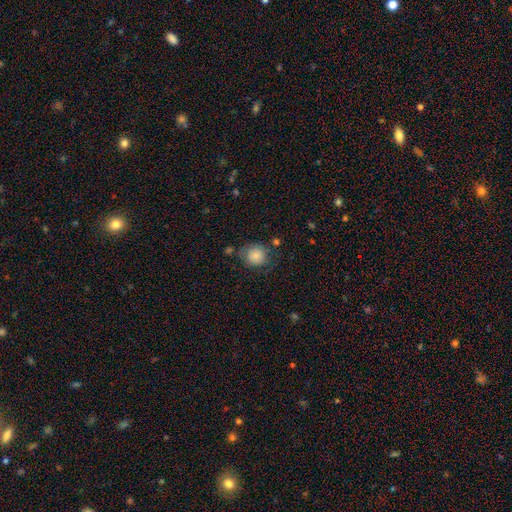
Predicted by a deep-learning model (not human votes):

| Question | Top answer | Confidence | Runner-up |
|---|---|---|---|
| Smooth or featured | smooth | 84% | star or artifact (8%) |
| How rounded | round | 79% | in between (20%) |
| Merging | none | 64% | minor disturbance (22%) |